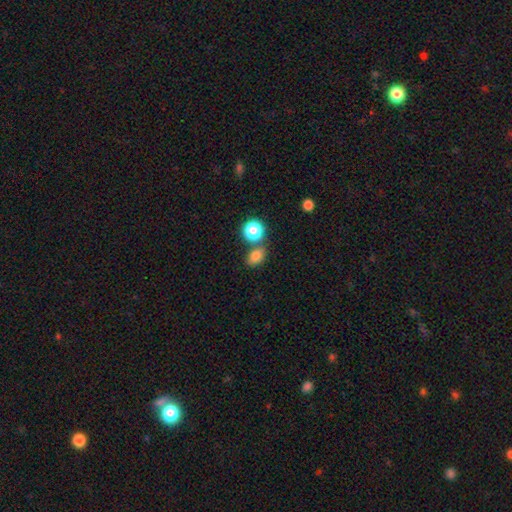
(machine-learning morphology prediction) A smooth galaxy with no disk features (79%) that is in between round and cigar-shaped (66%). Merging: none (62%).